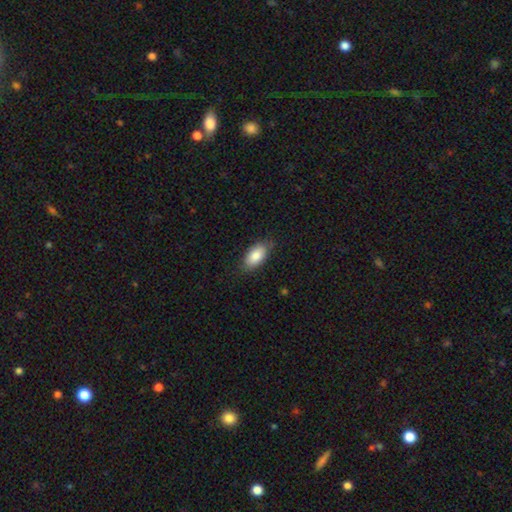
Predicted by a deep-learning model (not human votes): smooth-or-featured: smooth: 85% | featured or disk: 8% | star or artifact: 6%
  how-rounded: in between: 91% | cigar-shaped: 5% | round: 3%
  merging: none: 79% | minor disturbance: 17% | major disturbance: 3% | merger: 1%